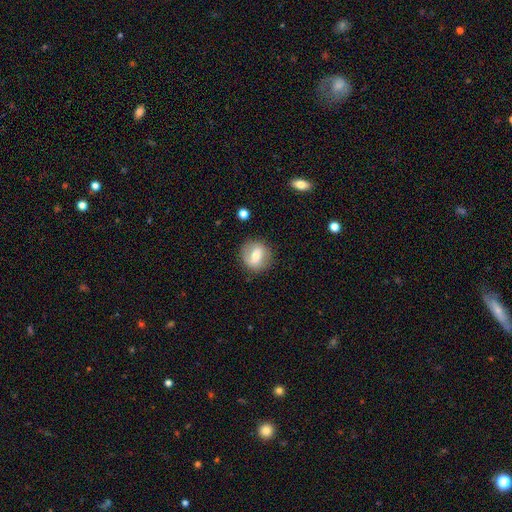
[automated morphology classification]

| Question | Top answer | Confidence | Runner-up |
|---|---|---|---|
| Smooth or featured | smooth | 48% | featured or disk (44%) |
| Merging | none | 83% | minor disturbance (11%) |